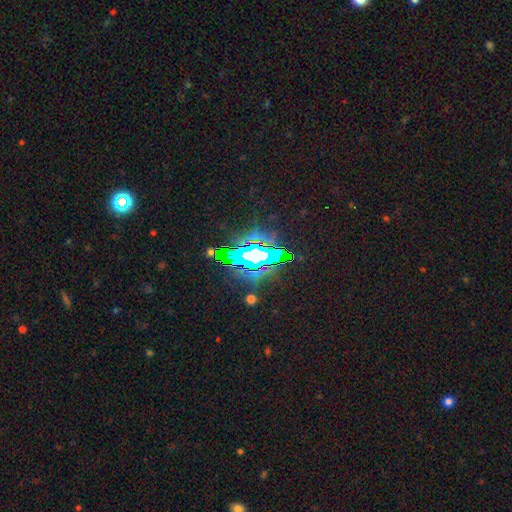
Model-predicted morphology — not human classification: Smooth or featured?
  - star or artifact: 68% *
  - featured or disk: 17%
  - smooth: 15%